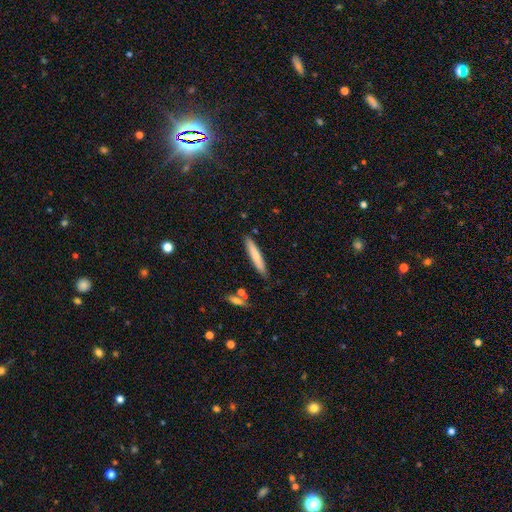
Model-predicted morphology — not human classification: A smooth galaxy with no disk features (73%) that is cigar-shaped (93%).

Vote fractions:
- Smooth or featured? smooth: 73% / featured or disk: 21% / star or artifact: 6%
- How rounded? cigar-shaped: 93% / in between: 6% / round: 1%
- Merging? none: 86% / minor disturbance: 9% / merger: 2% / major disturbance: 2%